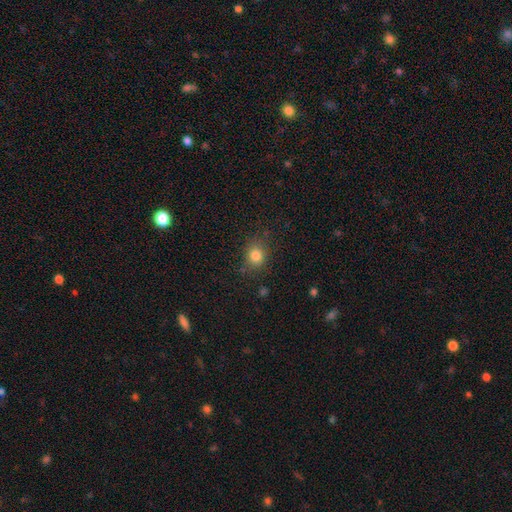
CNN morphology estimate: Smooth or featured?
  - smooth: 82% *
  - star or artifact: 12%
  - featured or disk: 6%
How rounded?
  - round: 67% *
  - in between: 32%
  - cigar-shaped: 1%
Merging?
  - none: 81% *
  - minor disturbance: 13%
  - major disturbance: 4%
  - merger: 2%